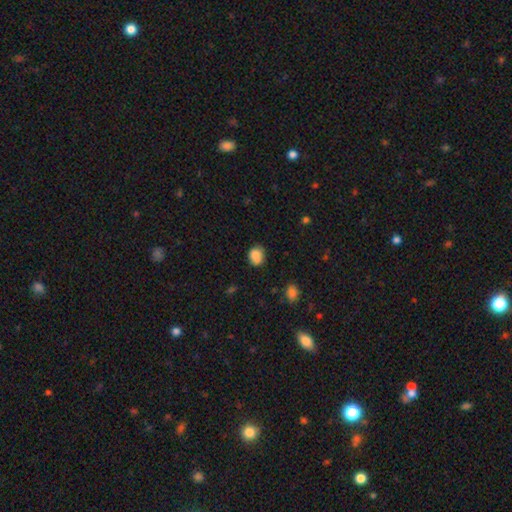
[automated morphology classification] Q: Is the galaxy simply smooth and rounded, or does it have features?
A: smooth — 83%.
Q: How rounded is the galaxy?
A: round — 62%.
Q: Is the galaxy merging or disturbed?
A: none — 66%.